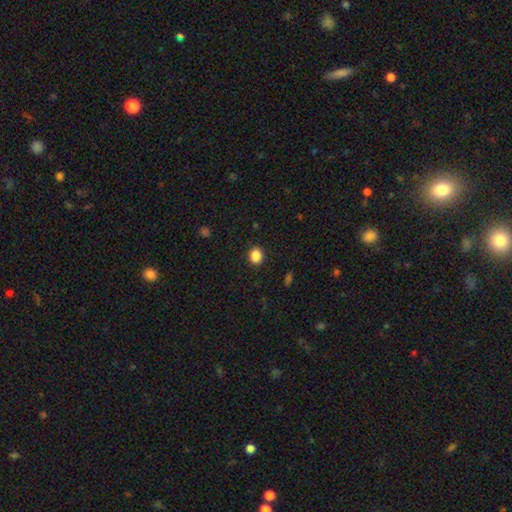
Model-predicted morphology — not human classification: Smooth or featured? smooth (87%)
How rounded? round (64%)
Merging? none (90%)